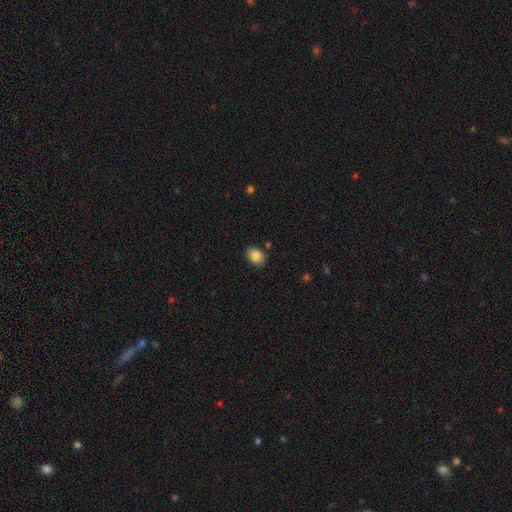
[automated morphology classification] Q: Smooth or featured?
A: smooth (86%); runner-up: star or artifact (8%)
Q: How rounded?
A: in between (74%); runner-up: round (25%)
Q: Merging?
A: none (85%); runner-up: minor disturbance (11%)